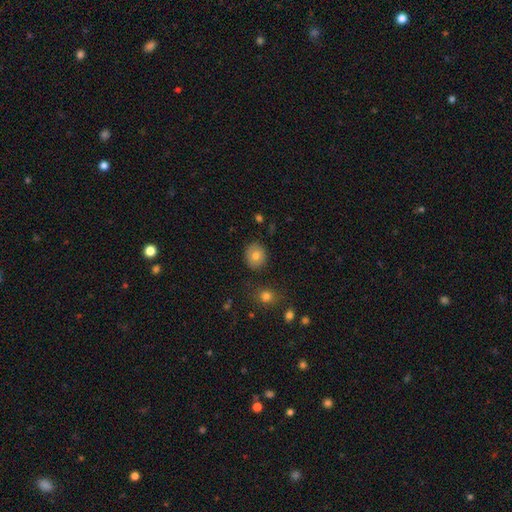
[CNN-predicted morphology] A smooth galaxy with no disk features (77%) that is round (77%). Merging: none (85%).